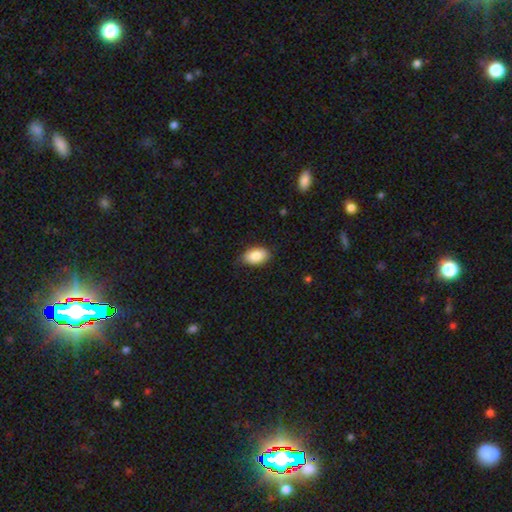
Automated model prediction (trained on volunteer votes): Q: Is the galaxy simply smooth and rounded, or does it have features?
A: smooth — 87%.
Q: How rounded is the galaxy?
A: in between — 92%.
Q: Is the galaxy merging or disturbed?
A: none — 75%.